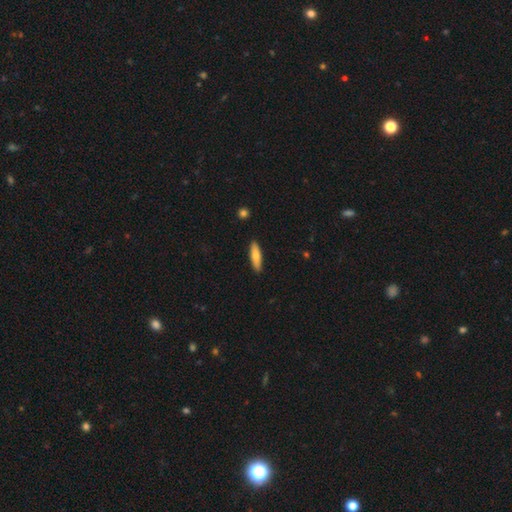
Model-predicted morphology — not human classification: type=smooth (74%); roundness=cigar-shaped (65%); merging=none (90%).